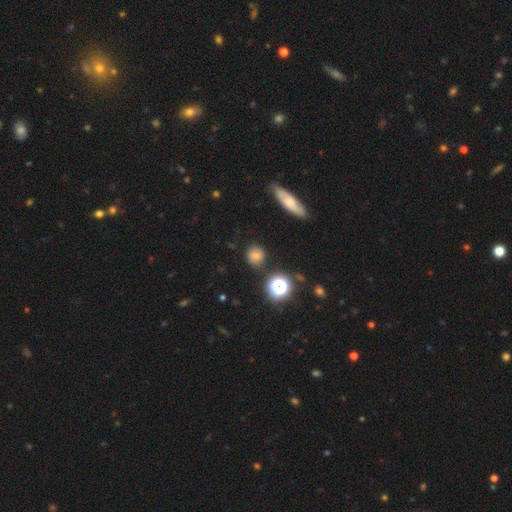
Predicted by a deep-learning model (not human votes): Morphology: type=smooth (74%); roundness=round (86%); merging=none (84%).